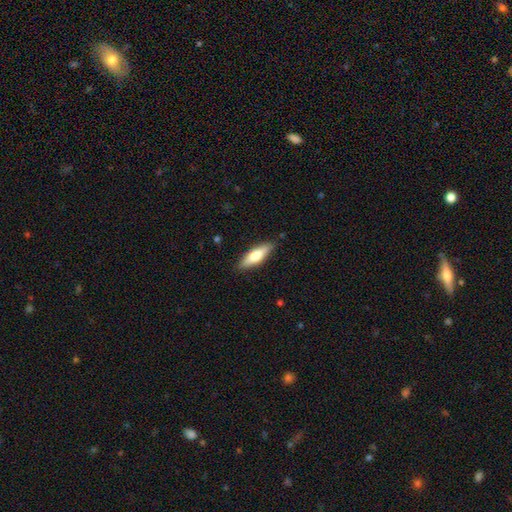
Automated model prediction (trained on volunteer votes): Smooth or featured: smooth — 62% (featured or disk — 32%)
How rounded: cigar-shaped — 51% (in between — 47%)
Merging: none — 87% (minor disturbance — 10%)